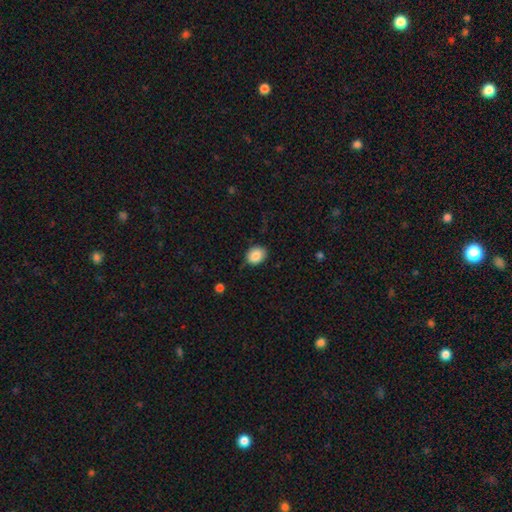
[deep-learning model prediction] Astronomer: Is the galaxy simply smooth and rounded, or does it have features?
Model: smooth — 86%.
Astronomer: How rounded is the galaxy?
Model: in between — 54% (runner-up: round, 45%).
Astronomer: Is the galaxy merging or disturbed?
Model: none — 83%.